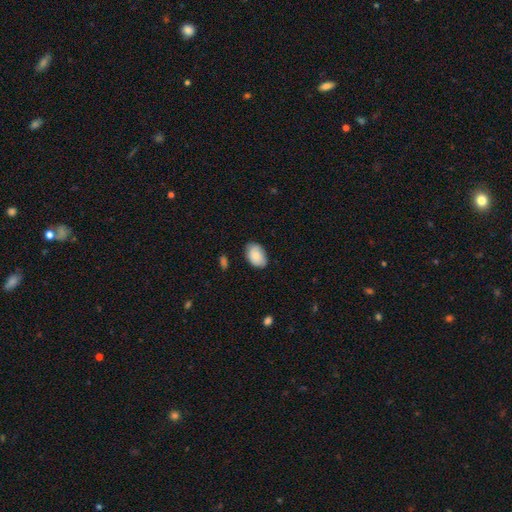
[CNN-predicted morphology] Smooth or featured?
  - smooth: 85% *
  - featured or disk: 8%
  - star or artifact: 6%
How rounded?
  - in between: 88% *
  - round: 11%
  - cigar-shaped: 1%
Merging?
  - none: 80% *
  - minor disturbance: 16%
  - major disturbance: 3%
  - merger: 1%